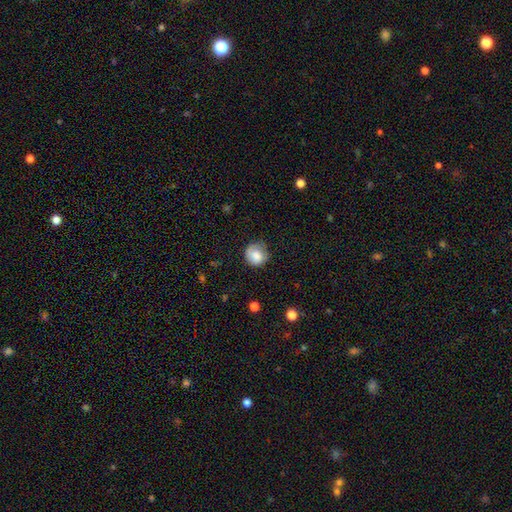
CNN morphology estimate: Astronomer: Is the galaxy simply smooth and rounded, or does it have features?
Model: smooth — 80%.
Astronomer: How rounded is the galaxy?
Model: round — 88%.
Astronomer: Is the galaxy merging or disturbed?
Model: none — 65%.